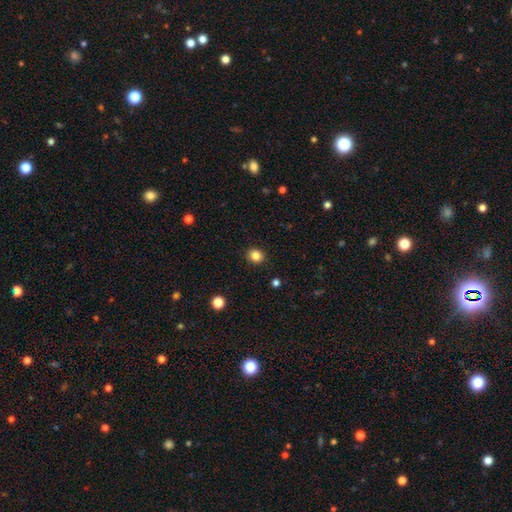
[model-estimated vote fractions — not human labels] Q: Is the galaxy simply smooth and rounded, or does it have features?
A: smooth — 85%.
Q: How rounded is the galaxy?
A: round — 74%.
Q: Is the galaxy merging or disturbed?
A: none — 90%.